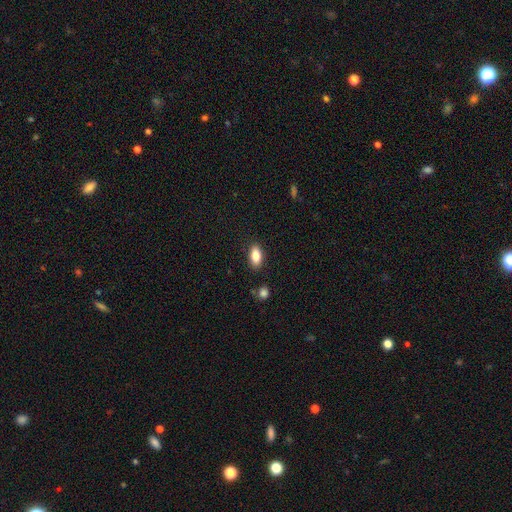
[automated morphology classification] Overall: smooth (82%). How rounded: in between (88%). Merging: none (86%).